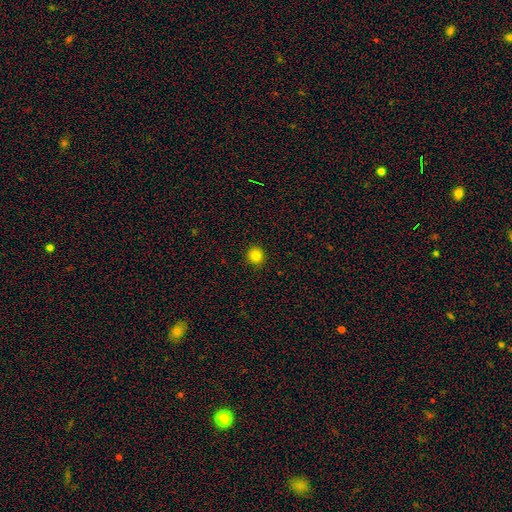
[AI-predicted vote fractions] smooth 84%, star or artifact 13%, featured or disk 3%. Down the decision tree: how rounded — round (93%); merging — none (92%).